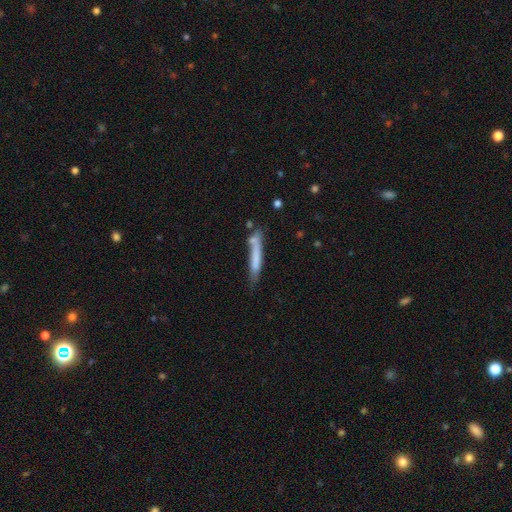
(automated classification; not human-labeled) This appears to be a smooth galaxy with no disk features (67%) that is cigar-shaped (94%). Merging: none (61%).